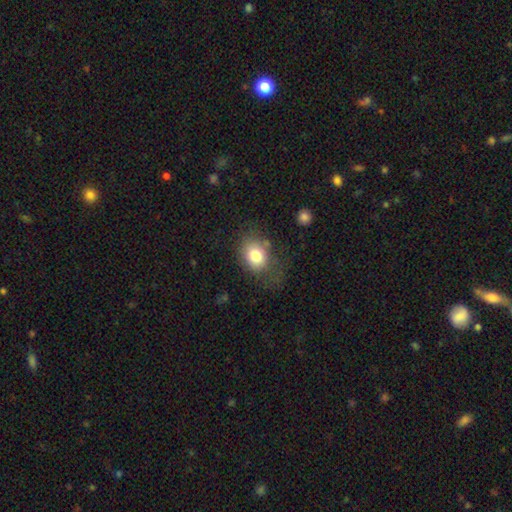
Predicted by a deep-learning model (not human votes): Smooth or featured? smooth (79%)
How rounded? in between (53%)
Merging? none (61%)